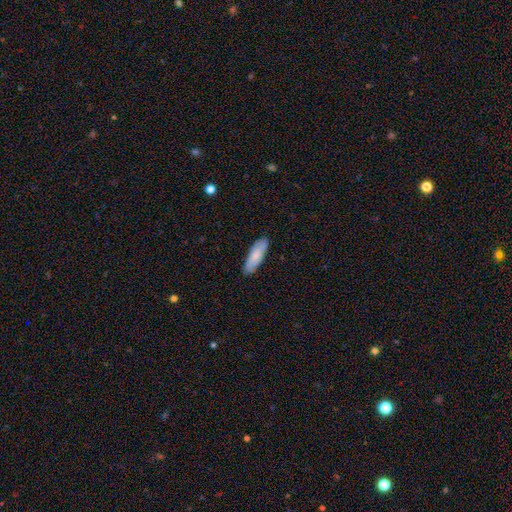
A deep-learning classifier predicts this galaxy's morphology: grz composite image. It shows a smooth galaxy with no disk features (80%) that is in between round and cigar-shaped (50%). Merging: none (86%).